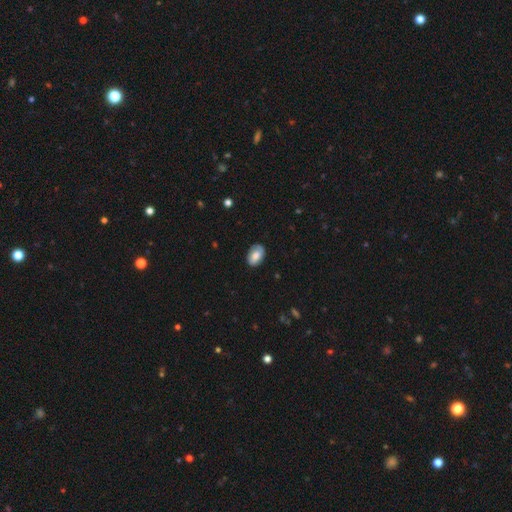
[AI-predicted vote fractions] smooth-or-featured: smooth: 73% | featured or disk: 20% | star or artifact: 7%
  how-rounded: in between: 89% | round: 10% | cigar-shaped: 1%
  merging: none: 80% | minor disturbance: 16% | major disturbance: 3% | merger: 1%